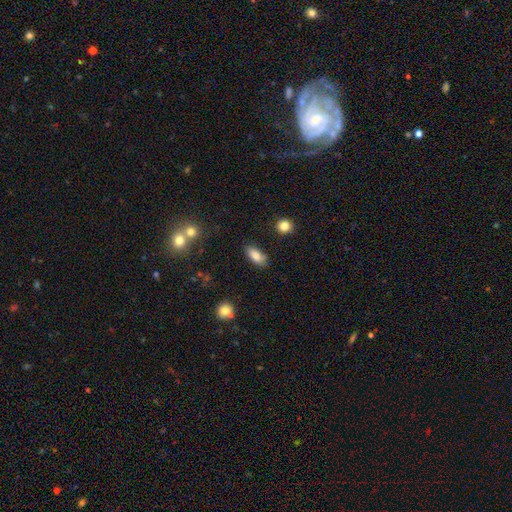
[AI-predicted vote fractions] This appears to be a smooth galaxy with no disk features (82%) that is in between round and cigar-shaped (88%). Merging: none (78%).